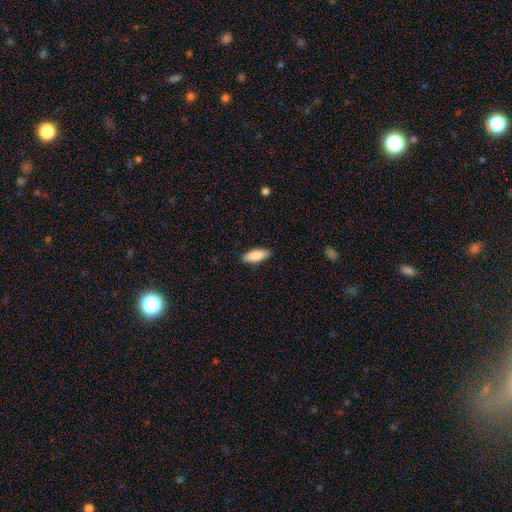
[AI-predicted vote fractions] This is clearly a smooth galaxy (88%). How rounded: likely in between (78%). Merging: clearly none (89%).